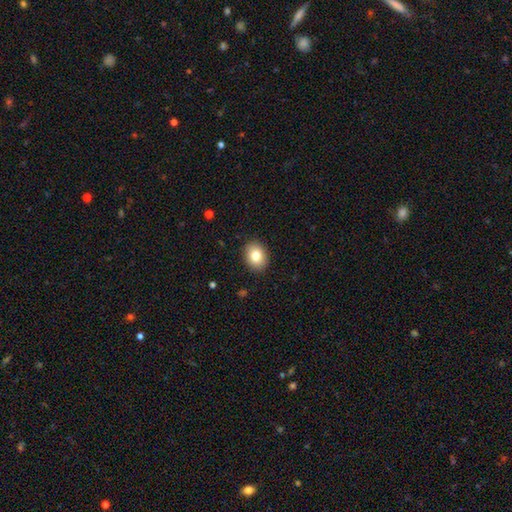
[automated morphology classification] The model was most divided on "how rounded": in between: 57%, round: 42%, cigar-shaped: 1%. More confident: merging — none (90%); smooth or featured — smooth (81%).